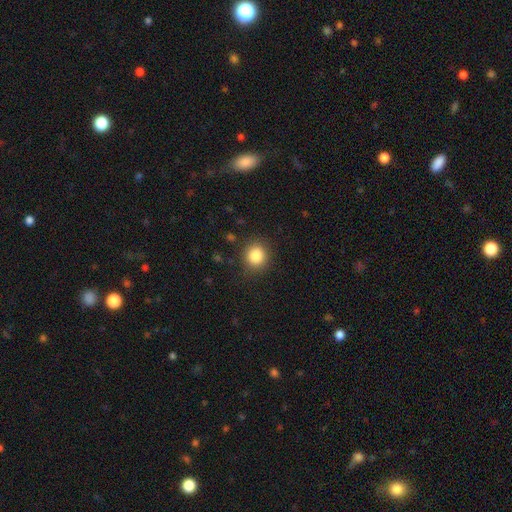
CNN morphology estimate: smooth-or-featured: smooth: 84% | star or artifact: 10% | featured or disk: 5%
  how-rounded: round: 86% | in between: 14% | cigar-shaped: 1%
  merging: none: 88% | minor disturbance: 8% | major disturbance: 3% | merger: 1%